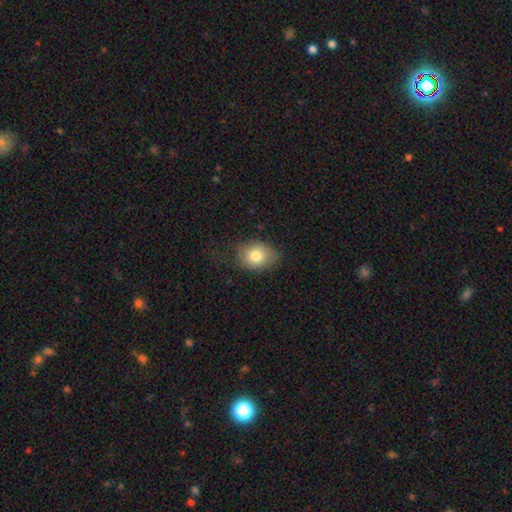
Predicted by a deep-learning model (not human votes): A smooth galaxy with no disk features (79%) that is in between round and cigar-shaped (62%).

Vote fractions:
- Smooth or featured? smooth: 79% / featured or disk: 12% / star or artifact: 8%
- How rounded? in between: 62% / round: 37% / cigar-shaped: 1%
- Merging? none: 70% / minor disturbance: 22% / major disturbance: 7% / merger: 1%